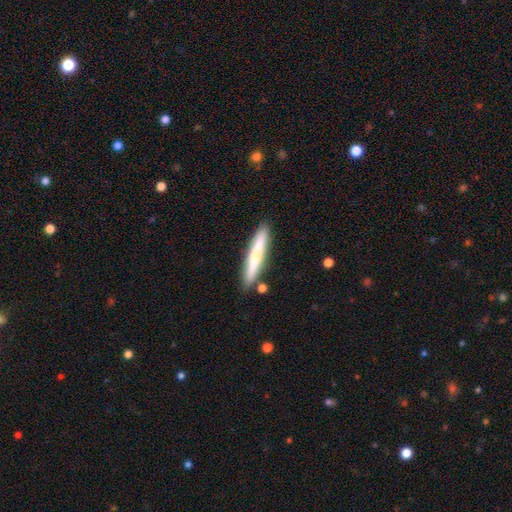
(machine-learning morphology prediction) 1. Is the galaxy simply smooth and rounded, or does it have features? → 66% smooth, 29% featured or disk, 6% star or artifact.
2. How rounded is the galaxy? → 93% cigar-shaped, 5% in between, 1% round.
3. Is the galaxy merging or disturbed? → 86% none, 9% minor disturbance, 3% merger, 2% major disturbance.